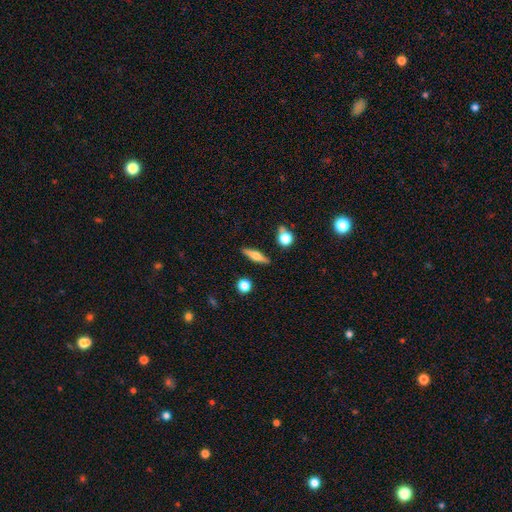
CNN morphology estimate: A featured or disk galaxy (53%) viewed edge-on (94%). Merging: none (87%).